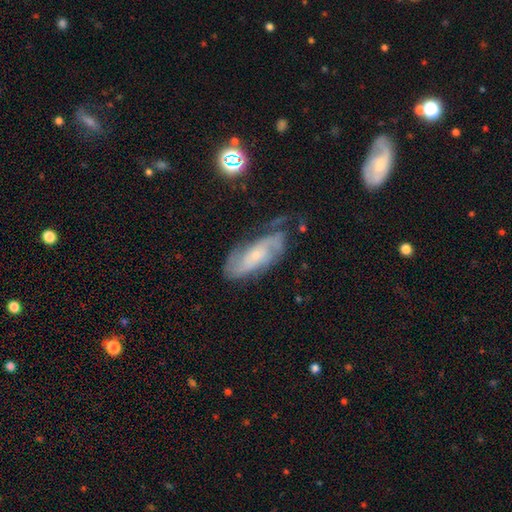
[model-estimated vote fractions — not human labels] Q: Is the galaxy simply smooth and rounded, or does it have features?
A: featured or disk — 73%.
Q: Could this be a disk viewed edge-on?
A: no — 91%.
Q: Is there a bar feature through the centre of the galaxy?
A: no — 60%.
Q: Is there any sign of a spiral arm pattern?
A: yes — 92%.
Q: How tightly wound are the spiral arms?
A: medium — 42%.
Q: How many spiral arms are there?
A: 2 — 55%.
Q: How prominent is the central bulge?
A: small — 66%.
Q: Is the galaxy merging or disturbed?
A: none — 55%.